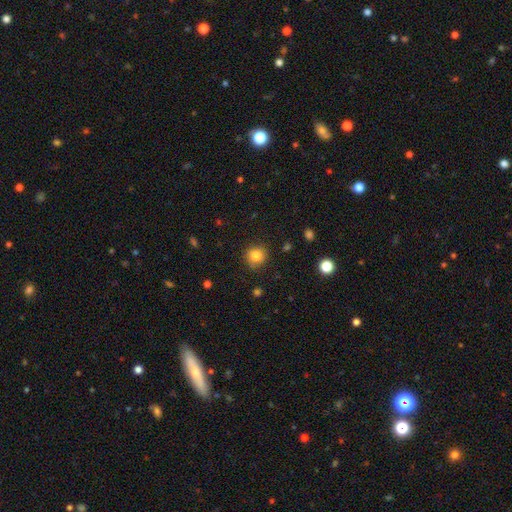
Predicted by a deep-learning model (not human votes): Smooth or featured? smooth (83%)
How rounded? round (90%)
Merging? none (87%)